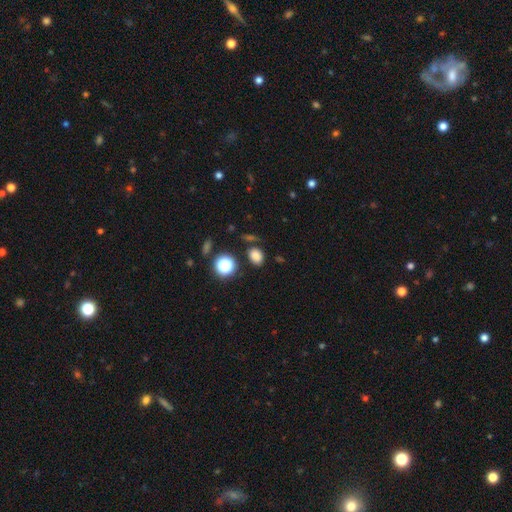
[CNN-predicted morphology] Smooth or featured?
  - smooth: 79% *
  - star or artifact: 16%
  - featured or disk: 5%
How rounded?
  - in between: 54% *
  - round: 44%
  - cigar-shaped: 1%
Merging?
  - none: 79% *
  - minor disturbance: 11%
  - merger: 6%
  - major disturbance: 4%